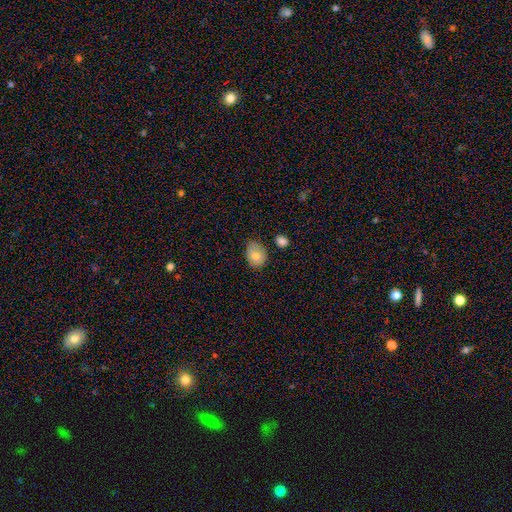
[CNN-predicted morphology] The model was most divided on "how rounded": in between: 64%, round: 35%, cigar-shaped: 1%. More confident: smooth or featured — smooth (80%); merging — none (67%).